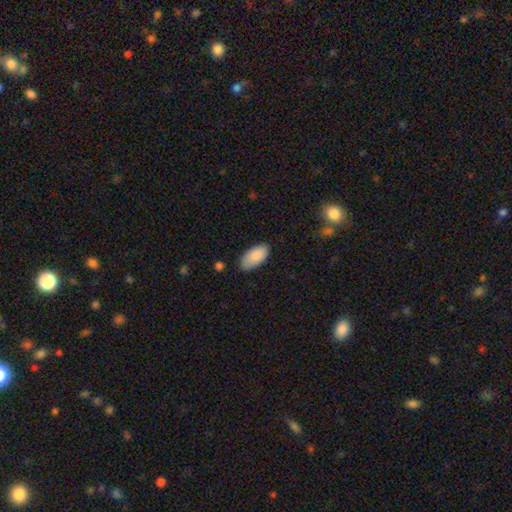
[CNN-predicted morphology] This is clearly a smooth galaxy (87%). How rounded: clearly in between (95%). Merging: likely none (80%).